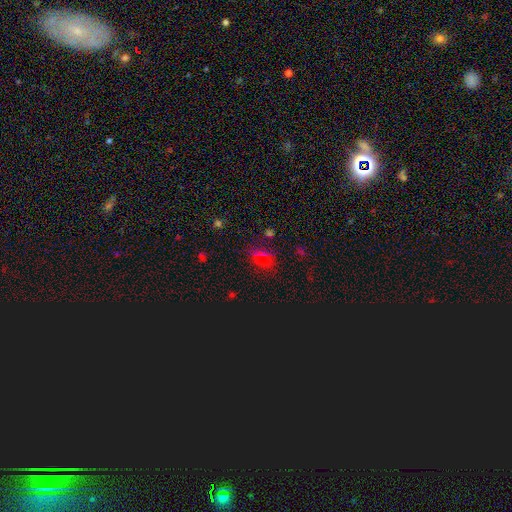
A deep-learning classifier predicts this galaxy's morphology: Smooth or featured?
  - smooth: 50% *
  - star or artifact: 41%
  - featured or disk: 9%
Merging?
  - none: 74% *
  - minor disturbance: 14%
  - major disturbance: 7%
  - merger: 5%